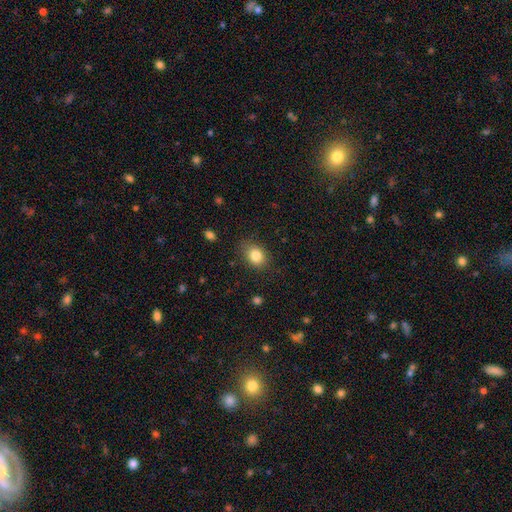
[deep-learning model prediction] smooth_or_featured: smooth (p=0.83) [alt: star or artifact p=0.10]
how_rounded: in between (p=0.61) [alt: round p=0.37]
merging: none (p=0.78) [alt: minor disturbance p=0.17]